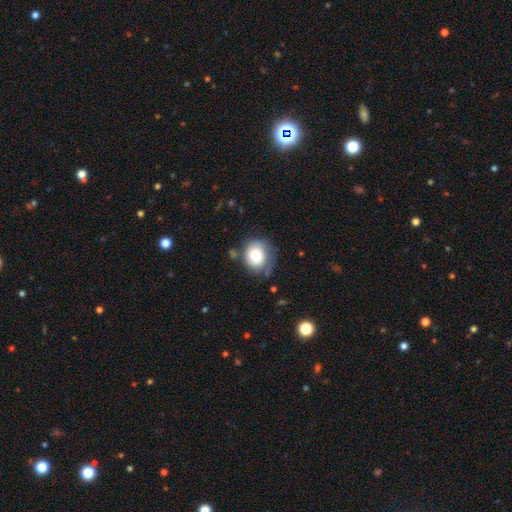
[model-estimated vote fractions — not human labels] A smooth galaxy with no disk features (77%) that is round (65%). Merging: none (51%).